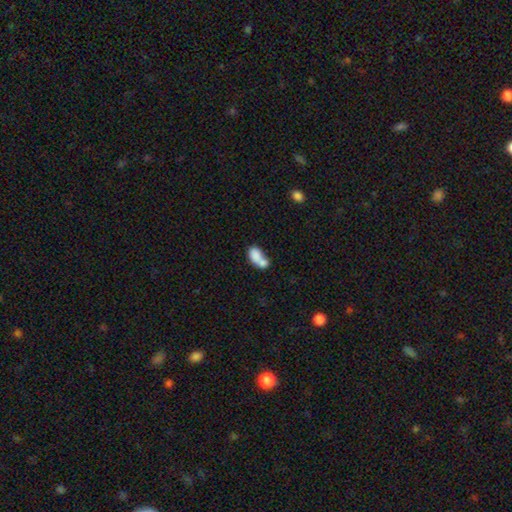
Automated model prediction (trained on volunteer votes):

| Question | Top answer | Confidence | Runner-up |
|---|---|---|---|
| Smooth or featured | smooth | 77% | featured or disk (15%) |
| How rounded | in between | 83% | round (13%) |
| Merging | merger | 64% | none (21%) |